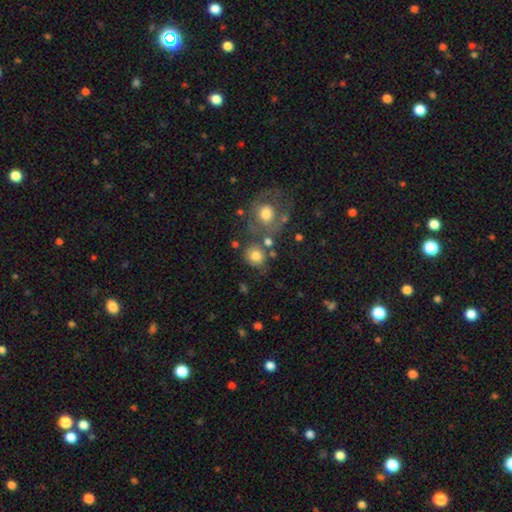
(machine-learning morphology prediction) Overall: smooth (78%). How rounded: round (81%). Merging: none (62%).